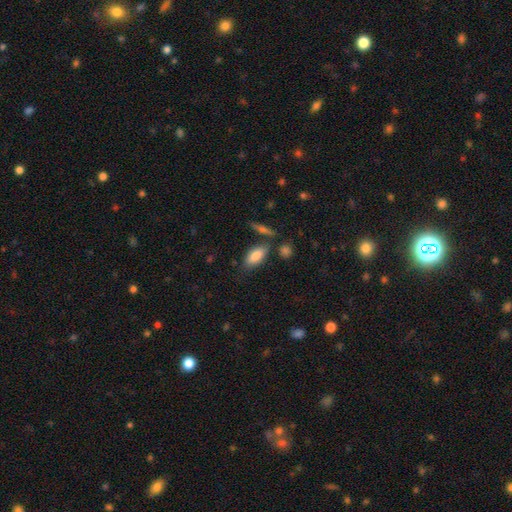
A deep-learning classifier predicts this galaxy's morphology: A smooth galaxy with no disk features (82%) that is in between round and cigar-shaped (81%).

Vote fractions:
- Smooth or featured? smooth: 82% / featured or disk: 12% / star or artifact: 6%
- How rounded? in between: 81% / cigar-shaped: 16% / round: 3%
- Merging? none: 72% / minor disturbance: 15% / merger: 9% / major disturbance: 4%